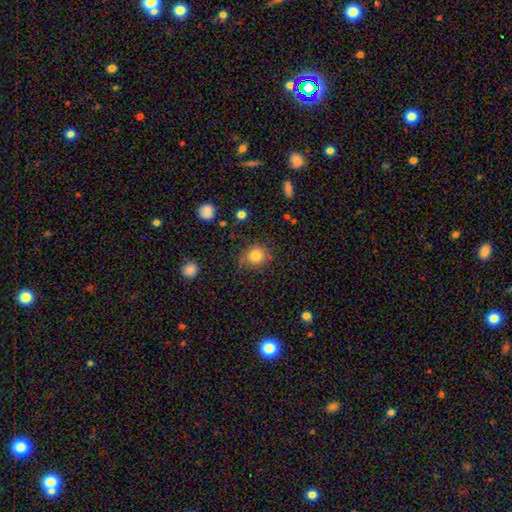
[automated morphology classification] type=smooth (82%); roundness=round (86%); merging=none (76%).